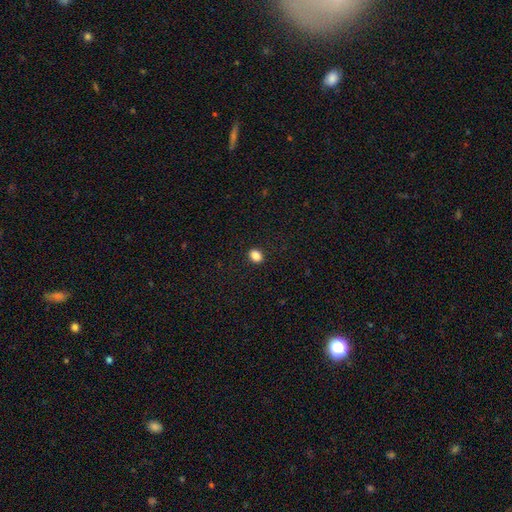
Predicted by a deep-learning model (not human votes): Q: Smooth or featured?
A: smooth (87%); runner-up: star or artifact (10%)
Q: How rounded?
A: in between (61%); runner-up: round (38%)
Q: Merging?
A: none (91%); runner-up: minor disturbance (7%)